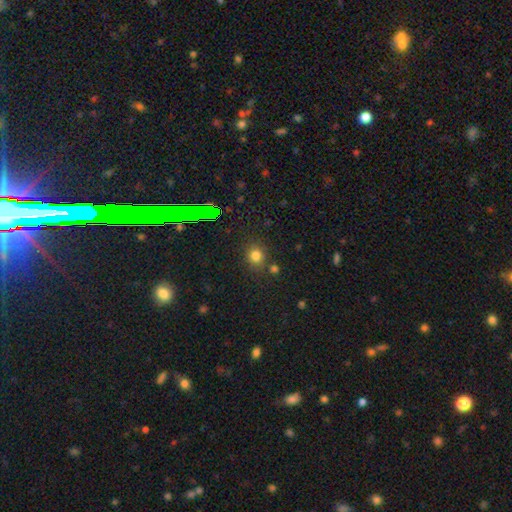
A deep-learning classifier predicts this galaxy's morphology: This appears to be a smooth galaxy with no disk features (76%) that is round (82%). Merging: none (80%).